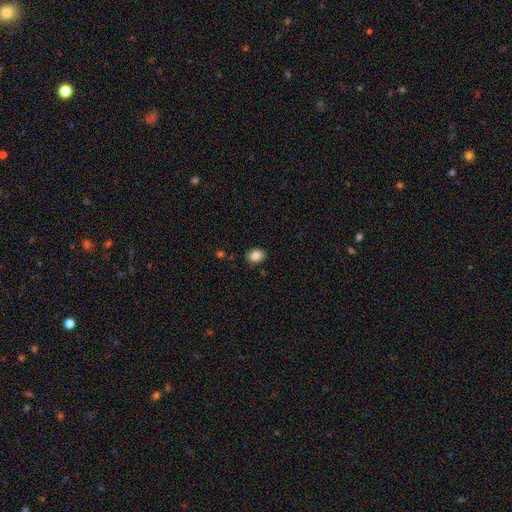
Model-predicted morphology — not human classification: This is clearly a smooth galaxy (84%). How rounded: likely in between (63%). Merging: clearly none (87%).